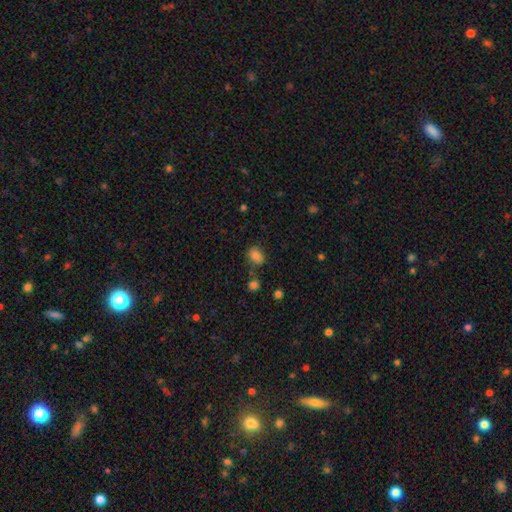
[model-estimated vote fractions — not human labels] smooth 81%, star or artifact 11%, featured or disk 8%. Down the decision tree: how rounded — in between (74%); merging — none (72%).